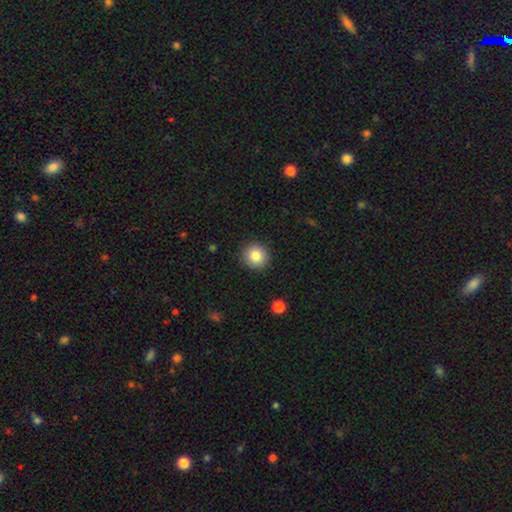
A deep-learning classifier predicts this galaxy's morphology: Smooth or featured? smooth (83%)
How rounded? round (94%)
Merging? none (91%)